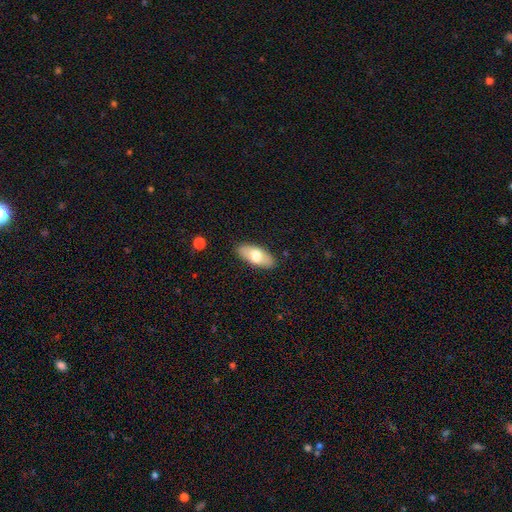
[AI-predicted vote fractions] smooth 69%, featured or disk 25%, star or artifact 6%. Down the decision tree: how rounded — in between (85%); merging — none (87%).